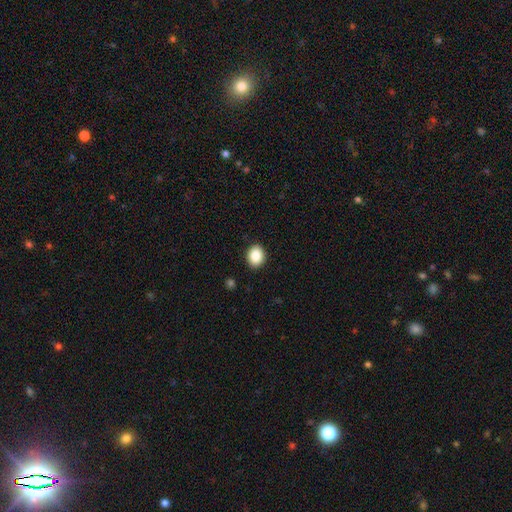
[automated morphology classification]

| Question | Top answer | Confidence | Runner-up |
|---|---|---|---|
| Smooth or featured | smooth | 88% | star or artifact (8%) |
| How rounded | round | 53% | in between (46%) |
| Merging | none | 90% | minor disturbance (7%) |